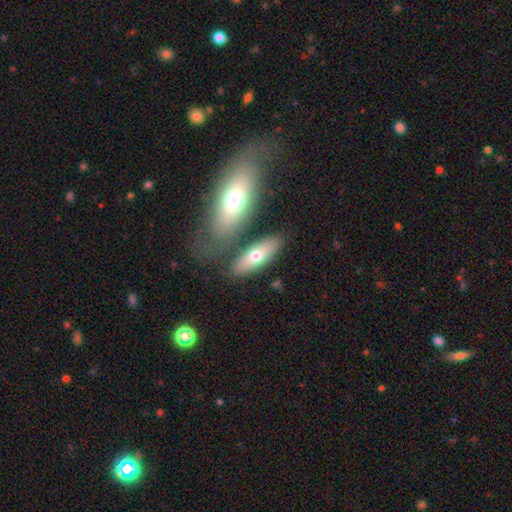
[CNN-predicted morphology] This appears to be a smooth galaxy with no disk features (65%) that is in between round and cigar-shaped (68%). Merging: none (72%).